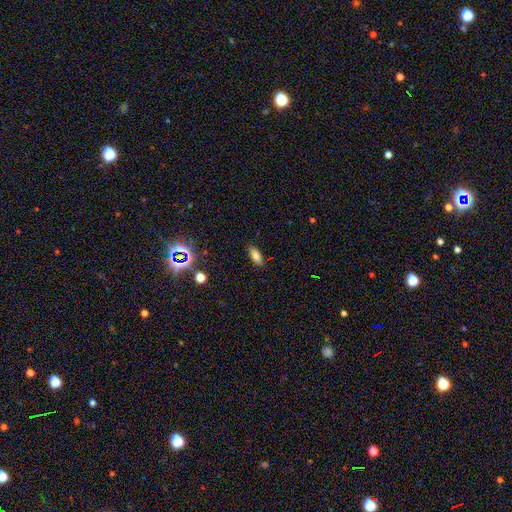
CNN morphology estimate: Smooth or featured?
  - smooth: 79% *
  - star or artifact: 12%
  - featured or disk: 10%
How rounded?
  - in between: 82% *
  - cigar-shaped: 14%
  - round: 3%
Merging?
  - none: 86% *
  - minor disturbance: 10%
  - major disturbance: 2%
  - merger: 1%